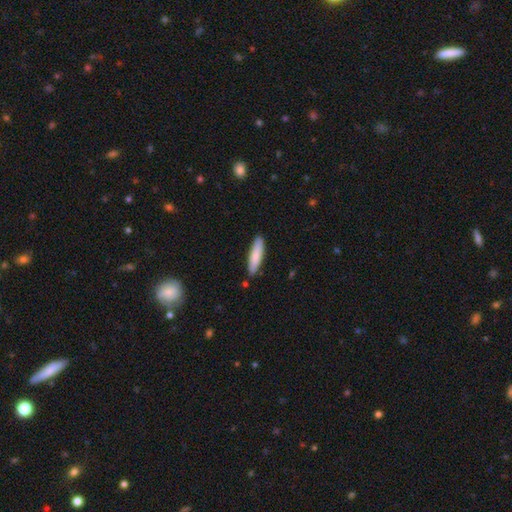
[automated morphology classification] smooth_or_featured: smooth (p=0.82) [alt: featured or disk p=0.13]
how_rounded: cigar-shaped (p=0.75) [alt: in between p=0.24]
merging: none (p=0.86) [alt: minor disturbance p=0.10]